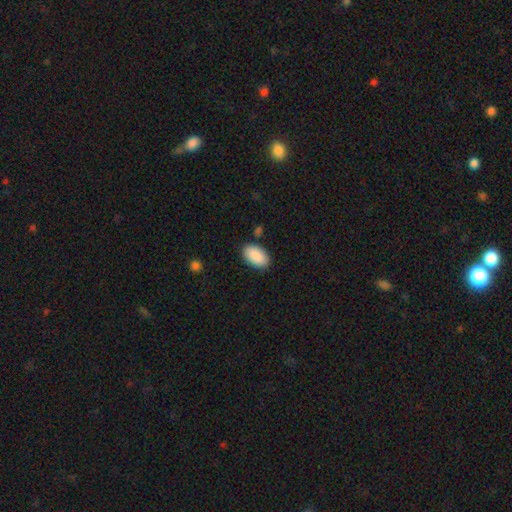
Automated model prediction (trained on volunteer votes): The model was most divided on "merging": none: 85%, minor disturbance: 10%, major disturbance: 2%, merger: 2%. More confident: how rounded — in between (95%); smooth or featured — smooth (91%).